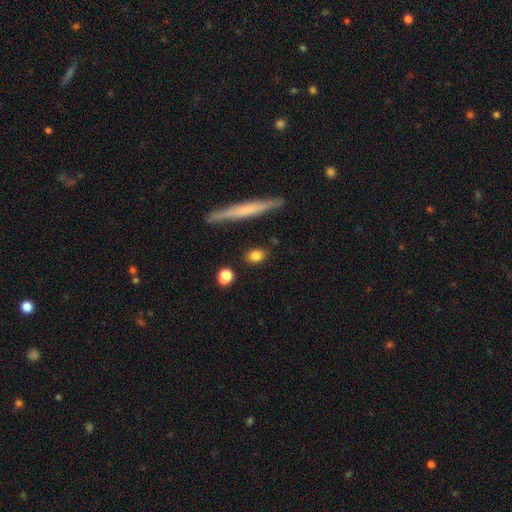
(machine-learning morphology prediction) Smooth or featured?
  - smooth: 81% *
  - featured or disk: 10%
  - star or artifact: 9%
How rounded?
  - in between: 60% *
  - round: 31%
  - cigar-shaped: 9%
Merging?
  - none: 83% *
  - minor disturbance: 10%
  - merger: 4%
  - major disturbance: 3%